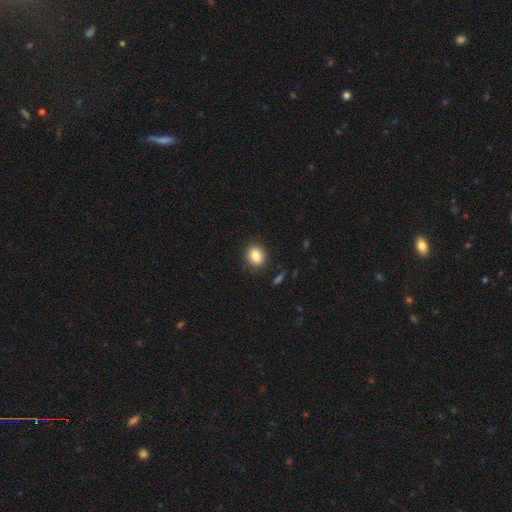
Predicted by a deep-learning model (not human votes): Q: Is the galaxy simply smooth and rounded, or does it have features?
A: smooth — 85%.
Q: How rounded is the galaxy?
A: round — 61%.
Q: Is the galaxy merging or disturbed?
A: none — 89%.